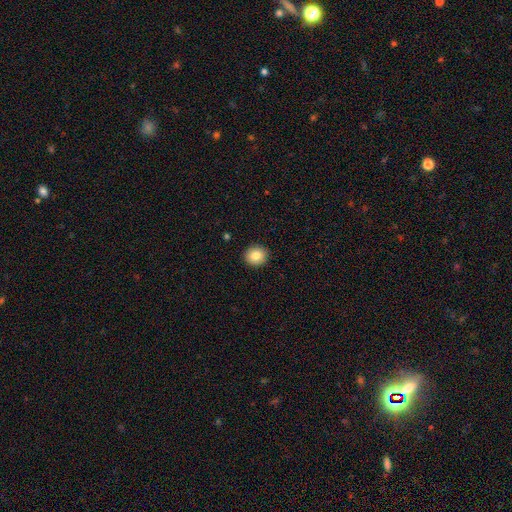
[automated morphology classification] This appears to be a smooth galaxy with no disk features (84%) that is round (86%). Merging: none (92%).